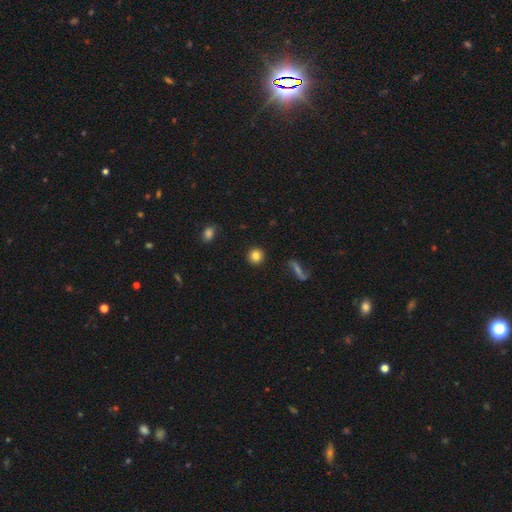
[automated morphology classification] smooth_or_featured: smooth (p=0.83) [alt: star or artifact p=0.10]
how_rounded: round (p=0.93) [alt: in between p=0.06]
merging: none (p=0.91) [alt: minor disturbance p=0.05]